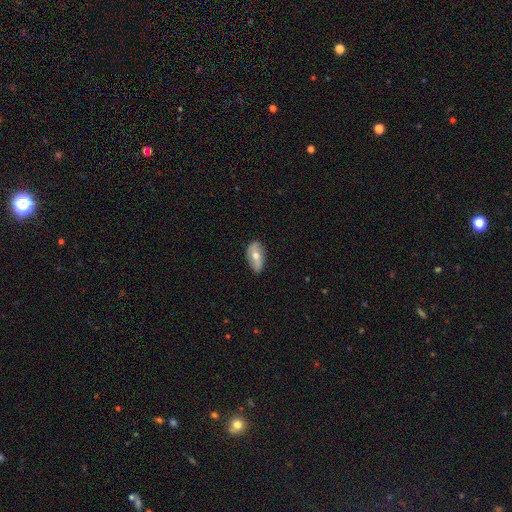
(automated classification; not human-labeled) This appears to be a smooth galaxy with no disk features (55%) that is in between round and cigar-shaped (90%). Merging: none (78%).